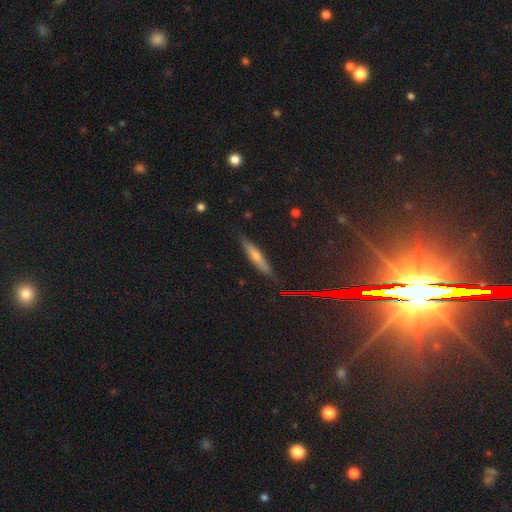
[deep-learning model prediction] Smooth or featured: featured or disk — 46% (smooth — 35%)
Merging: none — 86% (minor disturbance — 10%)